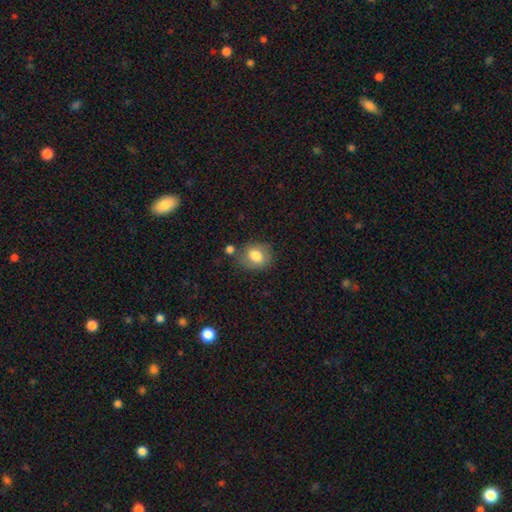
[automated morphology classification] smooth 79%, featured or disk 13%, star or artifact 9%. Down the decision tree: how rounded — round (61%); merging — none (67%).